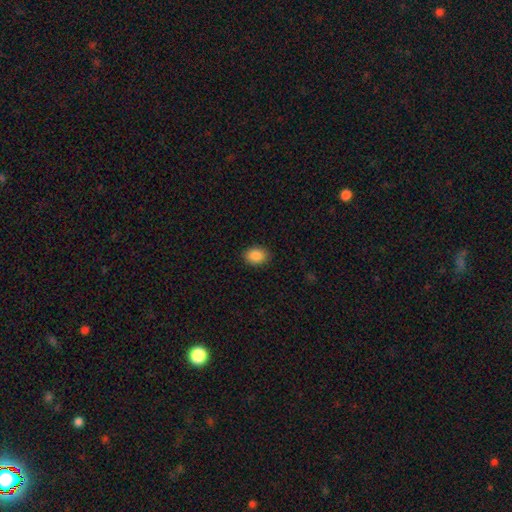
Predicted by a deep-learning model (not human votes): Smooth or featured? smooth (88%)
How rounded? in between (70%)
Merging? none (89%)